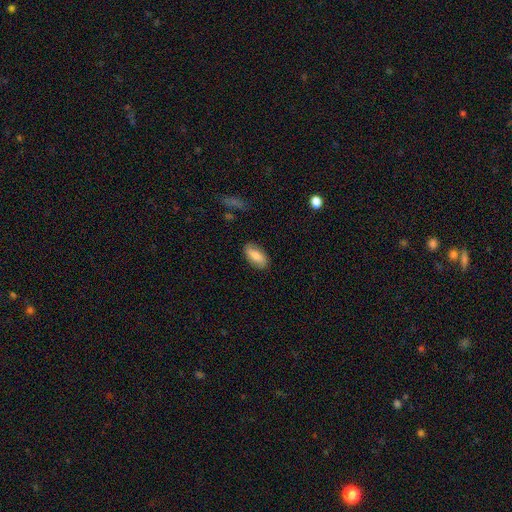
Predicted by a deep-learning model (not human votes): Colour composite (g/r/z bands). It shows a smooth galaxy with no disk features (76%) that is in between round and cigar-shaped (90%). Merging: none (84%).